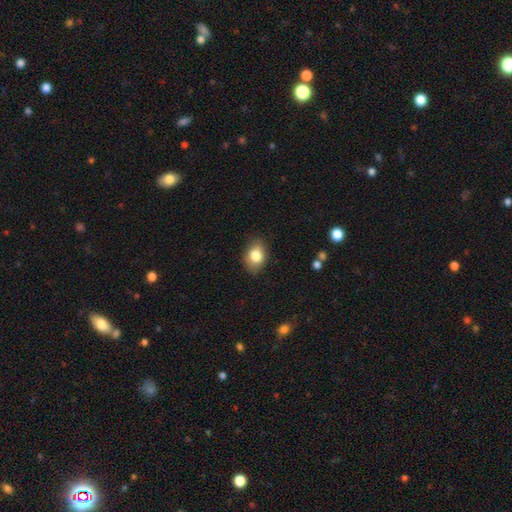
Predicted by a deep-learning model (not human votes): Overall: smooth (81%). How rounded: in between (77%). Merging: none (84%).